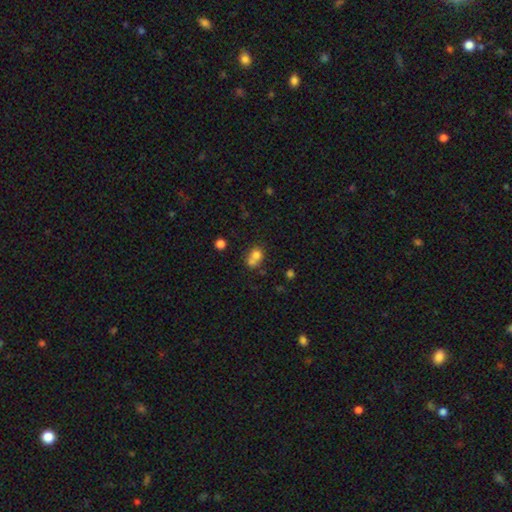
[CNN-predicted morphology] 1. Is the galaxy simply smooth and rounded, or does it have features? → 72% smooth, 16% featured or disk, 13% star or artifact.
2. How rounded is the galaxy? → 67% round, 32% in between, 1% cigar-shaped.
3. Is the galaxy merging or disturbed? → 56% merger, 31% none, 8% minor disturbance, 4% major disturbance.